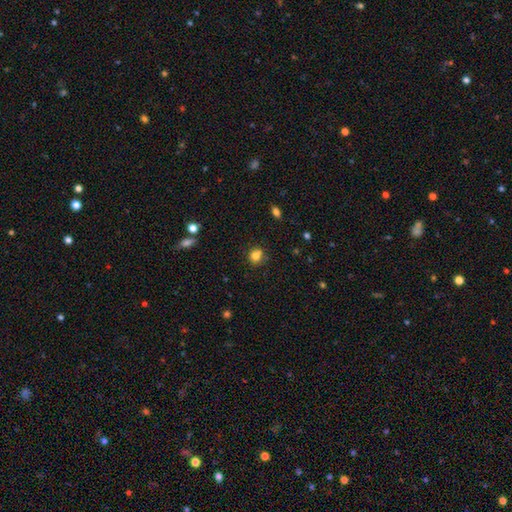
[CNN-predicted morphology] Smooth or featured? Predicted: smooth (p=0.81). How rounded? Predicted: round (p=0.79). Merging? Predicted: none (p=0.73).